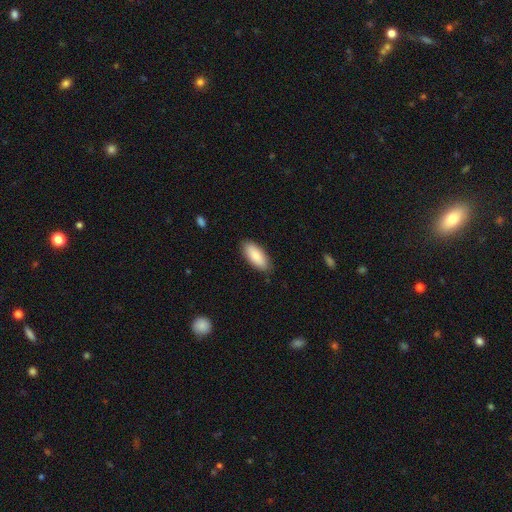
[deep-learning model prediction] This appears to be a smooth galaxy with no disk features (86%) that is in between round and cigar-shaped (83%). Merging: none (86%).